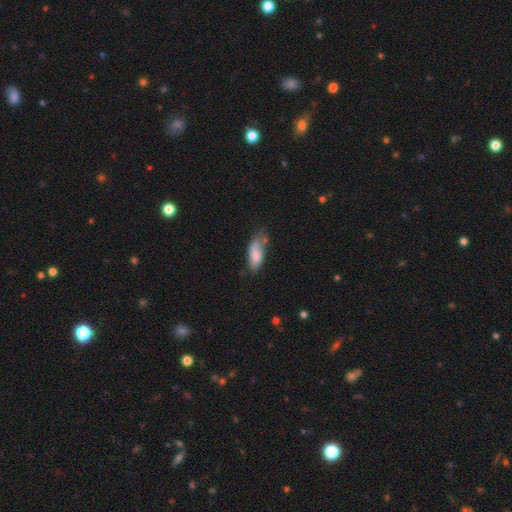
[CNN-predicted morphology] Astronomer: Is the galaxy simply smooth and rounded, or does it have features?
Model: smooth — 74%.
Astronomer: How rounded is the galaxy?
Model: in between — 78%.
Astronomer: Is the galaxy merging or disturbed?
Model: none — 44% (runner-up: minor disturbance, 34%).